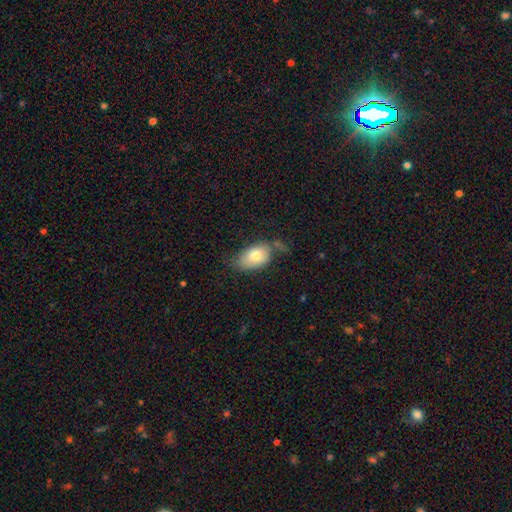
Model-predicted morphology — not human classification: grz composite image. It shows a smooth galaxy with no disk features (74%) that is in between round and cigar-shaped (90%). Merging: none (49%).